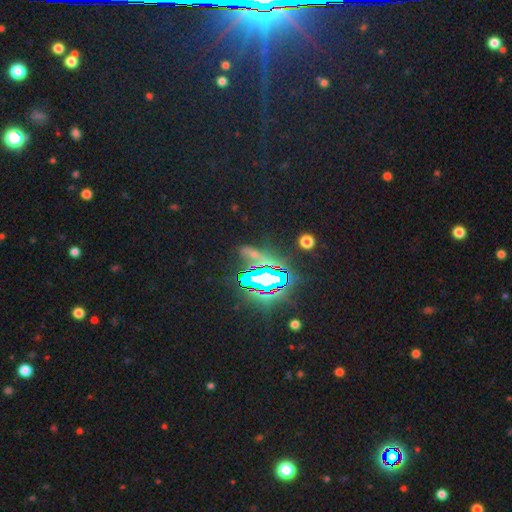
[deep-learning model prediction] star or artifact 67%, smooth 20%, featured or disk 13%.